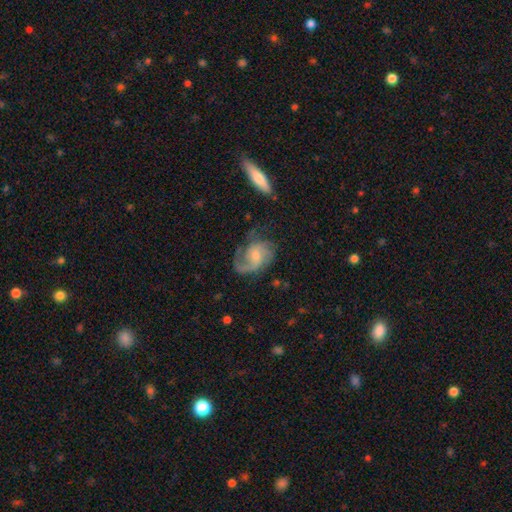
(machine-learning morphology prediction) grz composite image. It shows a featured or disk galaxy (77%) with no bar (57%), 2 (41%) medium (45%) spiral arms (93%) and a small central bulge (46%). Merging: none (51%).